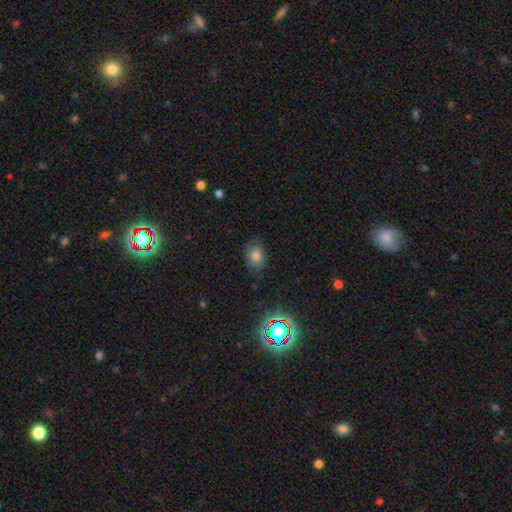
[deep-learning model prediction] Smooth or featured? smooth (79%)
How rounded? in between (64%)
Merging? none (78%)